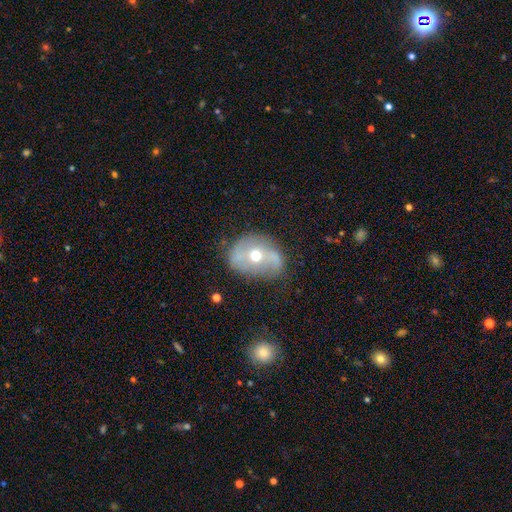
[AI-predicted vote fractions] A featured or disk galaxy (61%) with no bar (64%), spiral arms (62%) and a moderate central bulge (72%).

Vote fractions:
- Smooth or featured? featured or disk: 61% / smooth: 30% / star or artifact: 9%
- Edge-on disk? no: 95% / yes: 5%
- Bar? no: 64% / weak: 25% / strong: 12%
- Spiral arms? yes: 62% / no: 38%
- Bulge size? moderate: 72% / small: 21% / large: 5% / dominant: 1% / none: 1%
- Merging? none: 65% / minor disturbance: 22% / major disturbance: 10% / merger: 3%